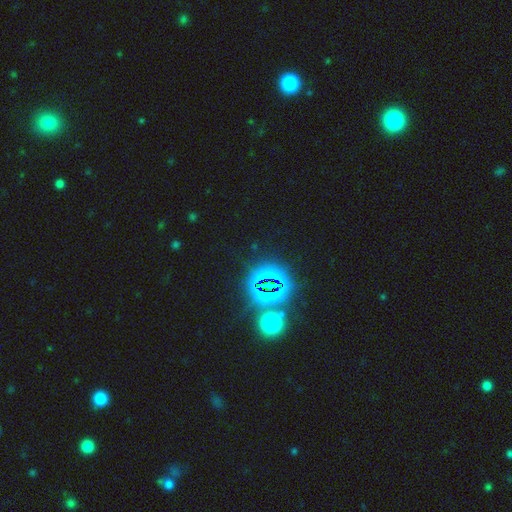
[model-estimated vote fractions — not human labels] This is likely a star or artifact rather than a galaxy (67%).